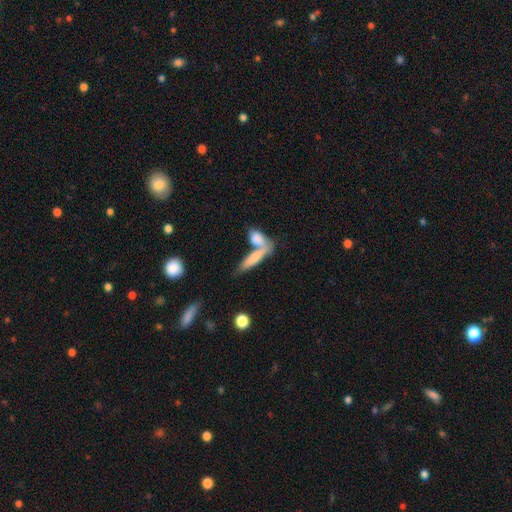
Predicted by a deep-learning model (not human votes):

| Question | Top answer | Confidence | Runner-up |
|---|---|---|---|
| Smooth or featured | smooth | 72% | featured or disk (21%) |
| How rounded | cigar-shaped | 53% | in between (44%) |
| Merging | merger | 55% | none (32%) |